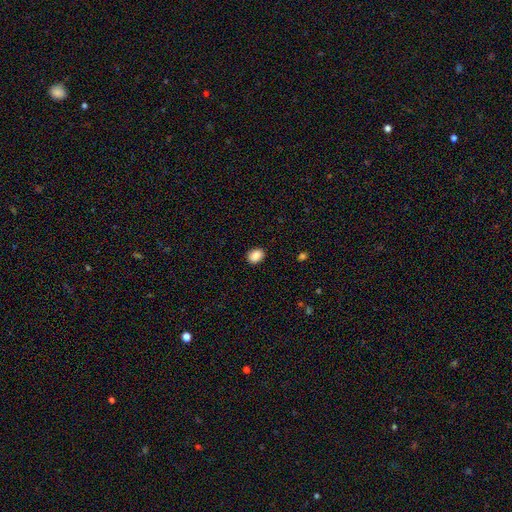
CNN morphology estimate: This is clearly a smooth galaxy (88%). How rounded: likely in between (62%). Merging: clearly none (88%).